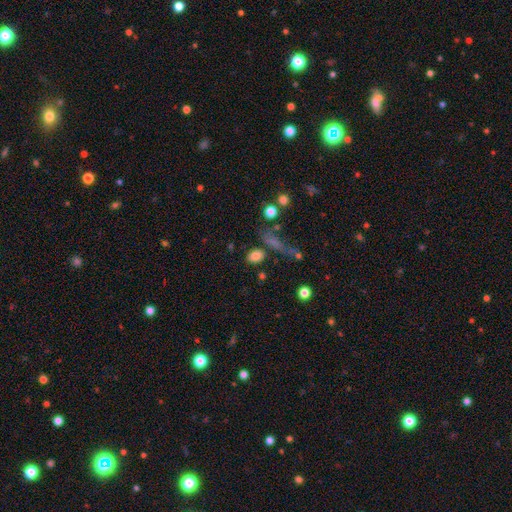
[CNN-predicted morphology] Overall: smooth (81%). How rounded: in between (71%). Merging: none (70%).